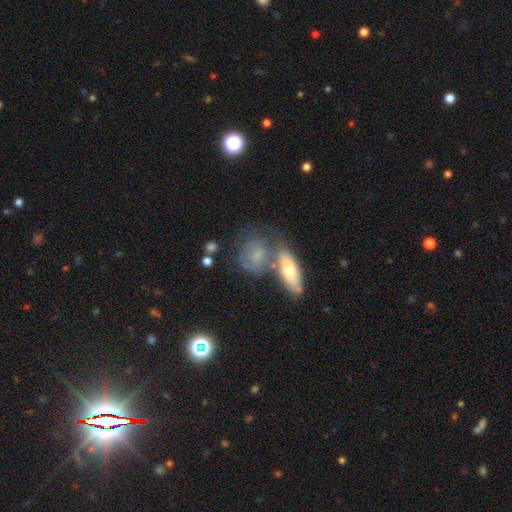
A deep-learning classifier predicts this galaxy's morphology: Smooth or featured? smooth (57%)
How rounded? in between (56%)
Merging? none (40%)